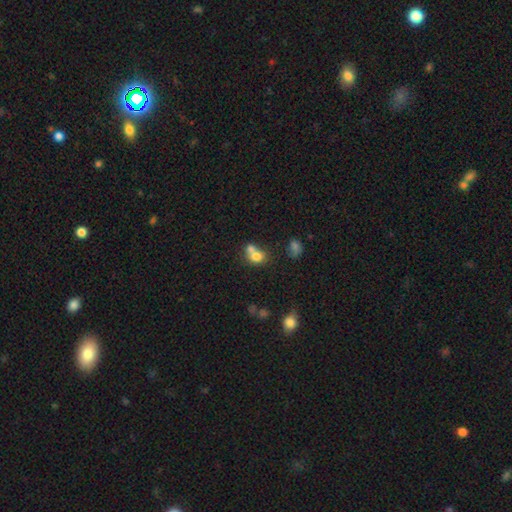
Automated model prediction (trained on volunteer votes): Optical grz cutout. It shows a smooth galaxy with no disk features (73%) that is round (58%). Merging: merger (60%).